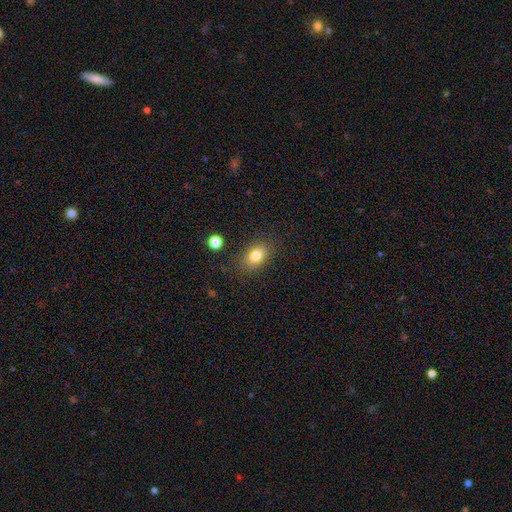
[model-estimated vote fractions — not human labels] smooth-or-featured: smooth: 79% | featured or disk: 11% | star or artifact: 10%
  how-rounded: in between: 78% | round: 20% | cigar-shaped: 2%
  merging: none: 82% | minor disturbance: 12% | major disturbance: 4% | merger: 2%